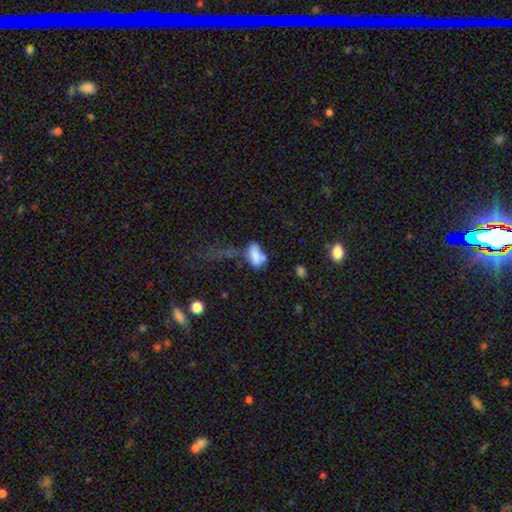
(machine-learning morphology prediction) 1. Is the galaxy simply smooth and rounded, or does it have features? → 73% smooth, 16% featured or disk, 11% star or artifact.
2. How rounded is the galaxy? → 88% in between, 6% round, 5% cigar-shaped.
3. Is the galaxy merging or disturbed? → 32% merger, 25% none, 23% major disturbance, 20% minor disturbance.